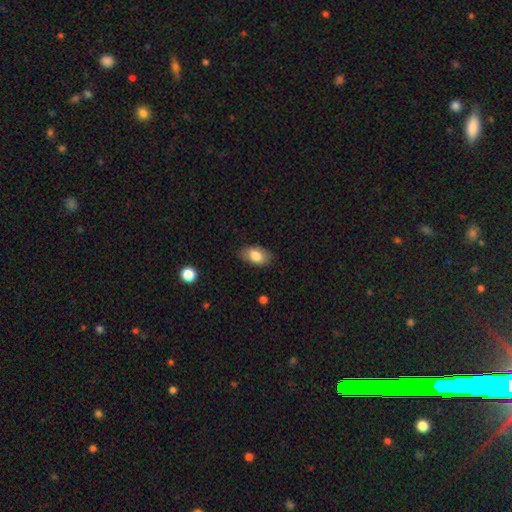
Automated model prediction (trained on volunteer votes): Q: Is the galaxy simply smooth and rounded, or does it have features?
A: smooth — 82%.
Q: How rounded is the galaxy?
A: in between — 91%.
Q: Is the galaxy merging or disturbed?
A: none — 82%.